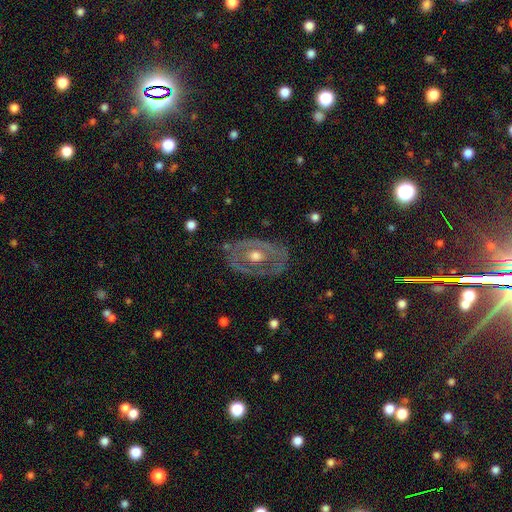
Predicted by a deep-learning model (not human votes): A featured or disk galaxy (67%) with no bar (82%), no spiral arms (77%) and a moderate central bulge (71%). Merging: none (72%).